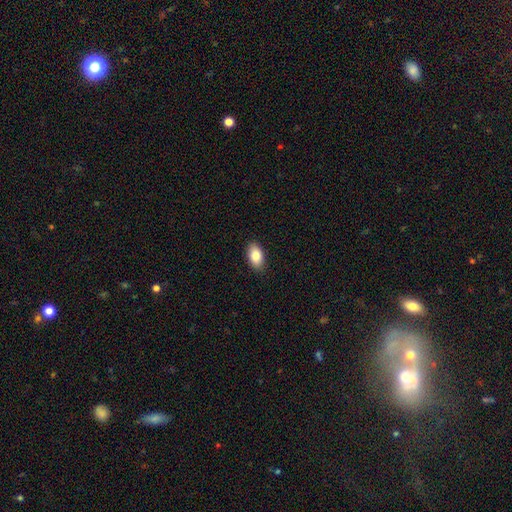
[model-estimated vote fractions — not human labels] Smooth or featured? smooth (85%)
How rounded? in between (93%)
Merging? none (89%)